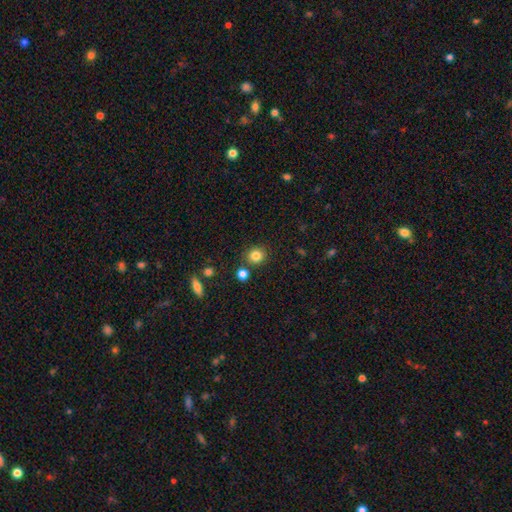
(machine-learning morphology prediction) smooth_or_featured: smooth (p=0.83) [alt: star or artifact p=0.12]
how_rounded: round (p=0.84) [alt: in between p=0.15]
merging: none (p=0.82) [alt: minor disturbance p=0.08]